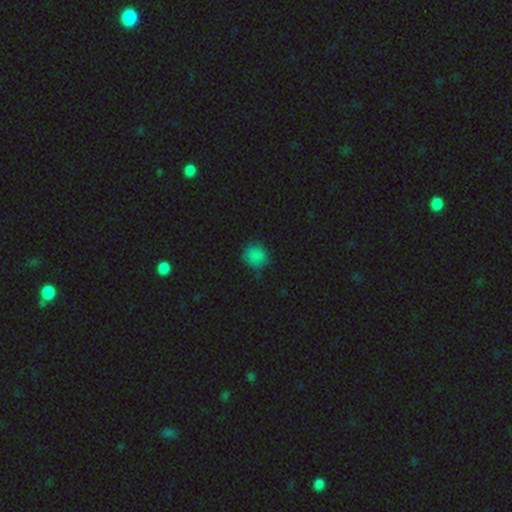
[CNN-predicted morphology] Smooth or featured: smooth — 79% (star or artifact — 15%)
How rounded: round — 84% (in between — 15%)
Merging: none — 75% (minor disturbance — 19%)